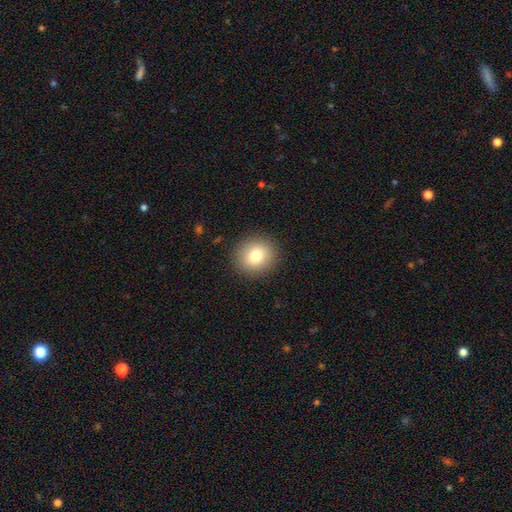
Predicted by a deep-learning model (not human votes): A smooth galaxy with no disk features (79%) that is round (83%). Merging: none (90%).